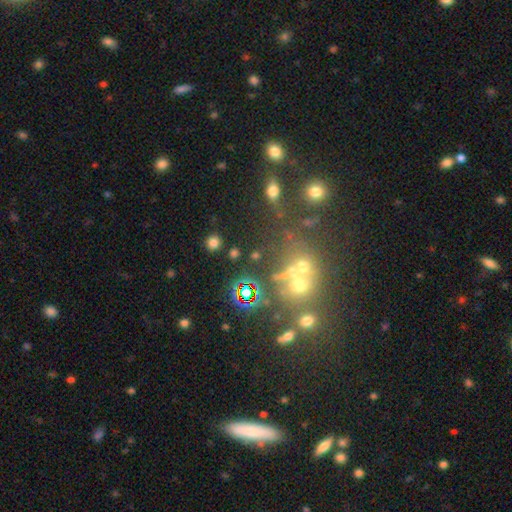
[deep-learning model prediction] This is marginally a star or artifact rather than a galaxy (41%, tied with smooth).